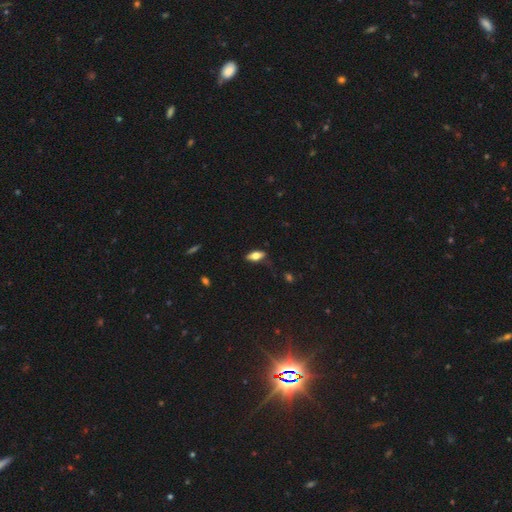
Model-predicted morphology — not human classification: This appears to be a smooth galaxy with no disk features (67%) that is in between round and cigar-shaped (81%). Merging: none (73%).